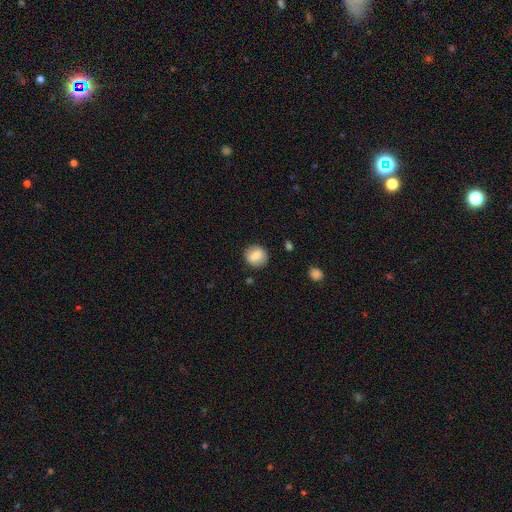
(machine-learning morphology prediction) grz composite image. It shows a smooth galaxy with no disk features (76%) that is round (78%). Merging: none (85%).